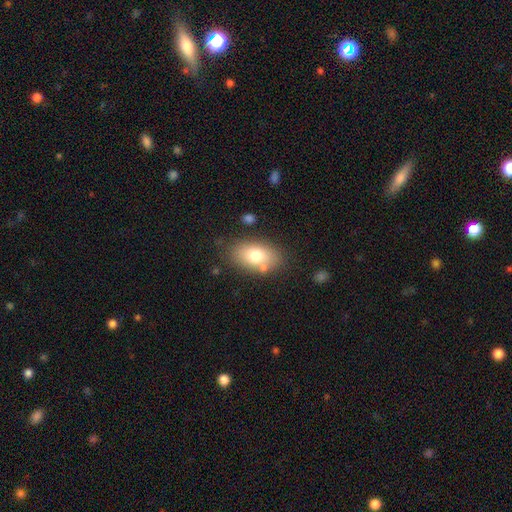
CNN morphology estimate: Q: Smooth or featured?
A: smooth (74%); runner-up: featured or disk (17%)
Q: How rounded?
A: in between (89%); runner-up: round (10%)
Q: Merging?
A: none (76%); runner-up: minor disturbance (14%)